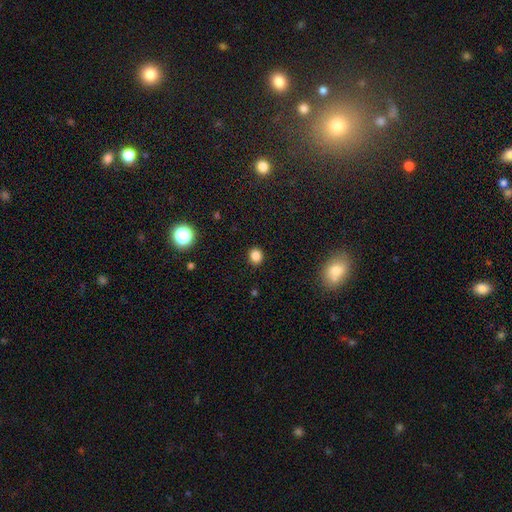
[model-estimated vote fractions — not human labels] This is clearly a smooth galaxy (84%). How rounded: likely round (77%). Merging: clearly none (91%).